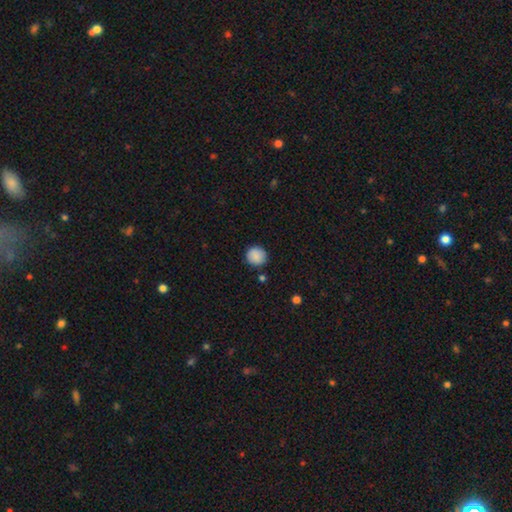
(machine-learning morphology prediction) Smooth or featured? smooth (88%)
How rounded? round (92%)
Merging? none (87%)